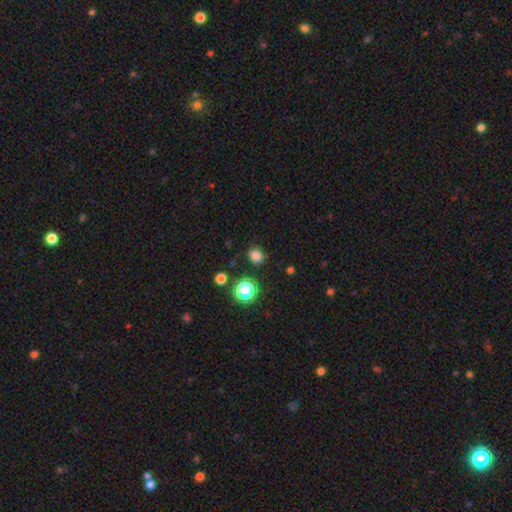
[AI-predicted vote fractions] Smooth or featured: smooth — 79% (star or artifact — 16%)
How rounded: round — 72% (in between — 27%)
Merging: none — 86% (minor disturbance — 10%)